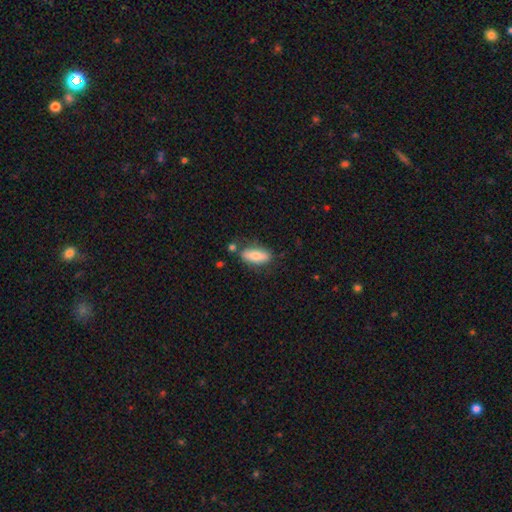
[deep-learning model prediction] A smooth galaxy with no disk features (76%) that is in between round and cigar-shaped (74%).

Vote fractions:
- Smooth or featured? smooth: 76% / featured or disk: 18% / star or artifact: 6%
- How rounded? in between: 74% / cigar-shaped: 23% / round: 3%
- Merging? none: 73% / minor disturbance: 17% / merger: 6% / major disturbance: 4%